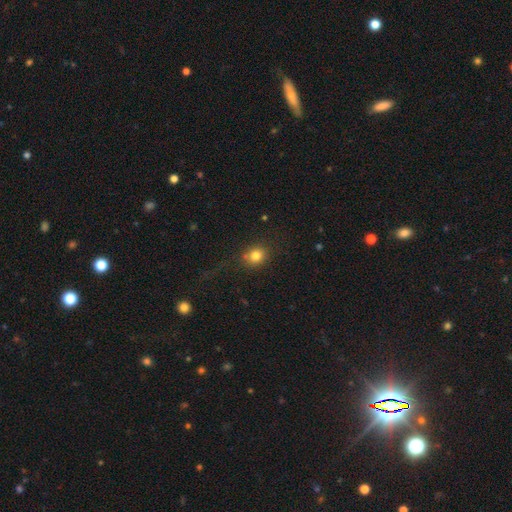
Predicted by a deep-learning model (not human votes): smooth_or_featured: smooth (p=0.81) [alt: star or artifact p=0.12]
how_rounded: round (p=0.71) [alt: in between p=0.28]
merging: none (p=0.75) [alt: minor disturbance p=0.13]